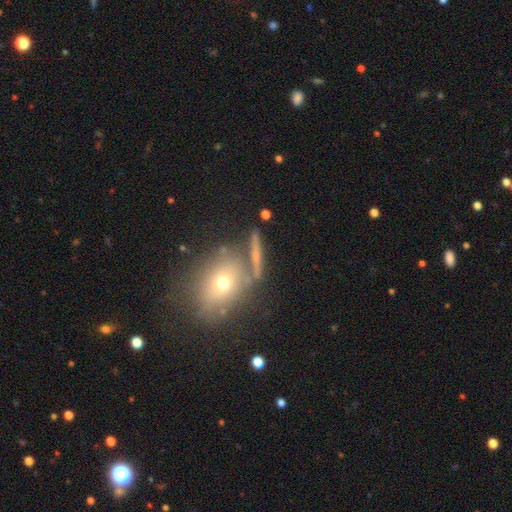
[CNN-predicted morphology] Smooth or featured? smooth (43%)
Merging? none (69%)